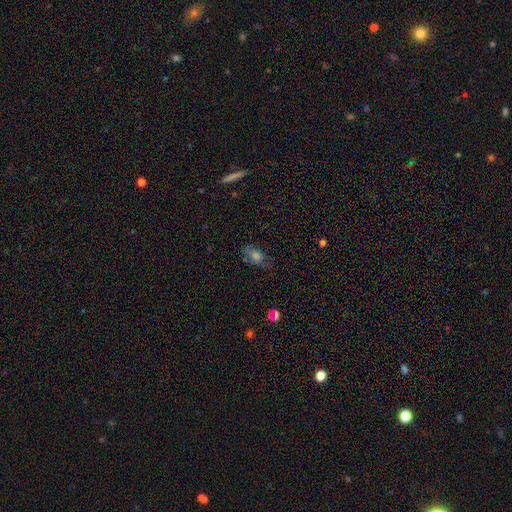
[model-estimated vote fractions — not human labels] Q: Smooth or featured?
A: smooth (55%); runner-up: featured or disk (25%)
Q: How rounded?
A: in between (78%); runner-up: round (16%)
Q: Merging?
A: none (66%); runner-up: minor disturbance (22%)